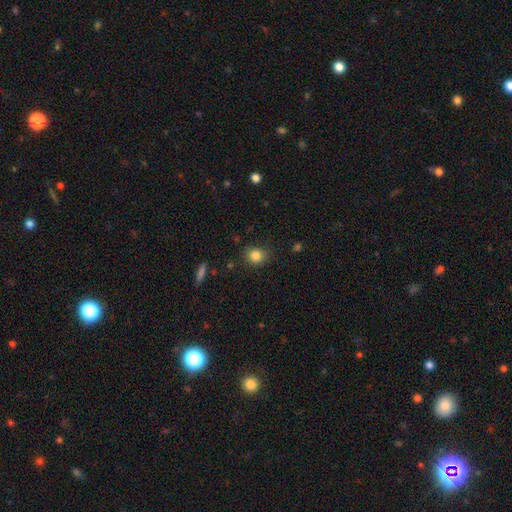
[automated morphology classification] smooth 83%, star or artifact 11%, featured or disk 6%. Down the decision tree: how rounded — round (77%); merging — none (82%).